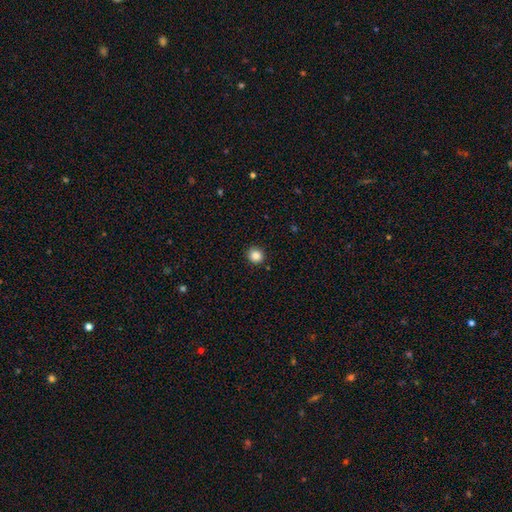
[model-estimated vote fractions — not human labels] Smooth or featured? Predicted: smooth (p=0.86). How rounded? Predicted: round (p=0.88). Merging? Predicted: none (p=0.91).